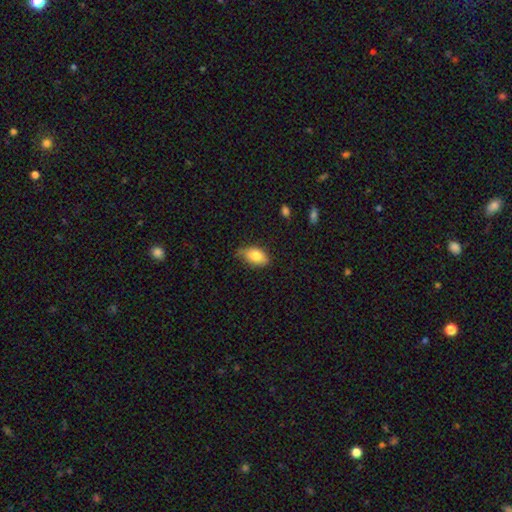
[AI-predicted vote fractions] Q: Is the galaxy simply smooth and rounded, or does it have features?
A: smooth — 81%.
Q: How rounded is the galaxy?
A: in between — 90%.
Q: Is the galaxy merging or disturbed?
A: none — 62%.